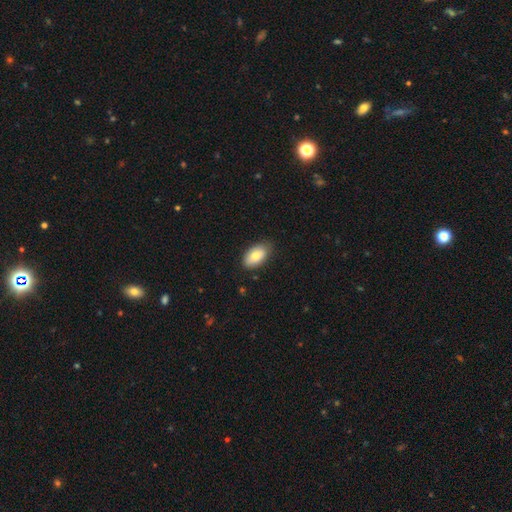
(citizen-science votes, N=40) Q: Smooth or featured?
A: smooth (75%); runner-up: featured or disk (20%)
Q: How rounded?
A: in between (93%); runner-up: round (7%)
Q: Merging?
A: none (79%); runner-up: minor disturbance (16%)